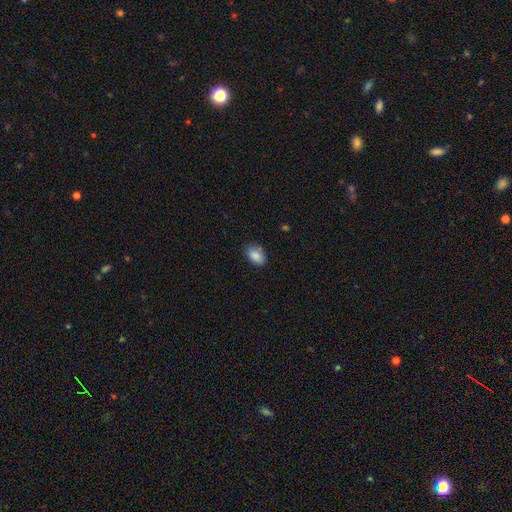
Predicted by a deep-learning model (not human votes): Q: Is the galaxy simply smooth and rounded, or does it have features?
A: smooth — 88%.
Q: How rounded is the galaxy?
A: in between — 88%.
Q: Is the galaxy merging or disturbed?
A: none — 80%.